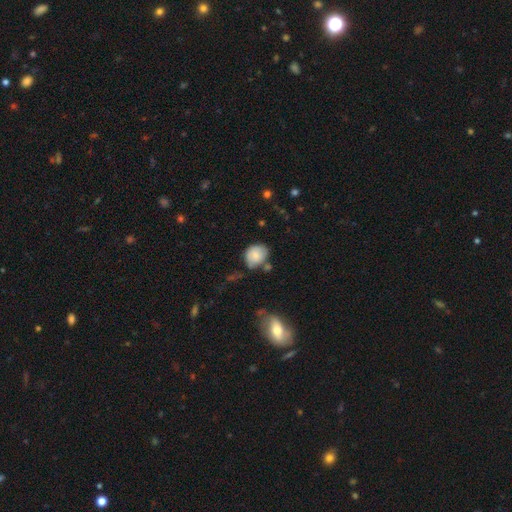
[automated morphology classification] Smooth or featured? Predicted: smooth (p=0.78). How rounded? Predicted: round (p=0.57). Merging? Predicted: none (p=0.58).